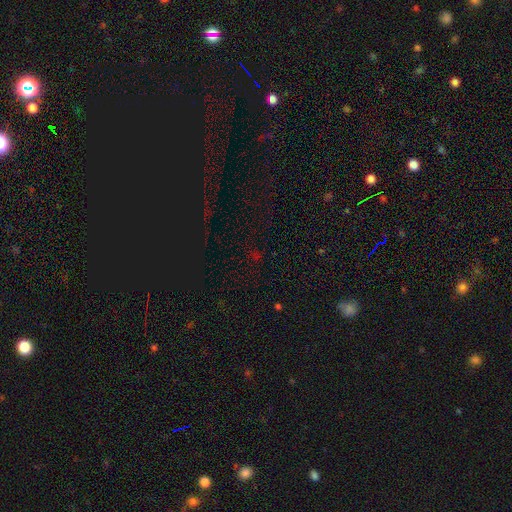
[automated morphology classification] type=star or artifact (67%).